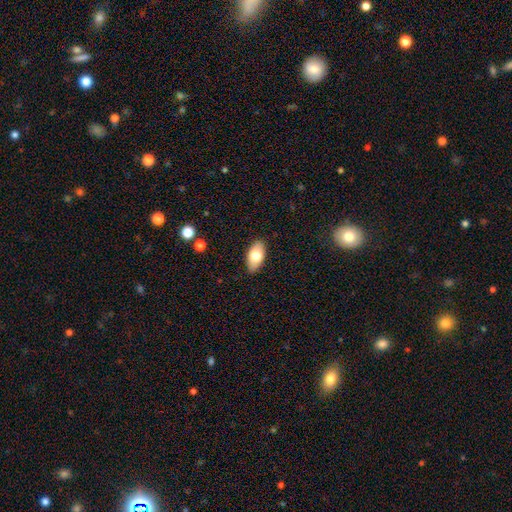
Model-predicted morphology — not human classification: The model was most divided on "smooth or featured": smooth: 76%, featured or disk: 17%, star or artifact: 7%. More confident: how rounded — in between (93%); merging — none (88%).